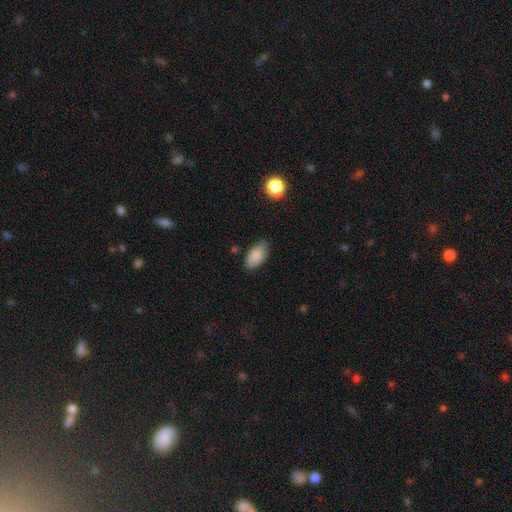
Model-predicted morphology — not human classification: A smooth galaxy with no disk features (87%) that is in between round and cigar-shaped (94%).

Vote fractions:
- Smooth or featured? smooth: 87% / star or artifact: 7% / featured or disk: 6%
- How rounded? in between: 94% / round: 3% / cigar-shaped: 3%
- Merging? none: 73% / minor disturbance: 22% / major disturbance: 4% / merger: 2%